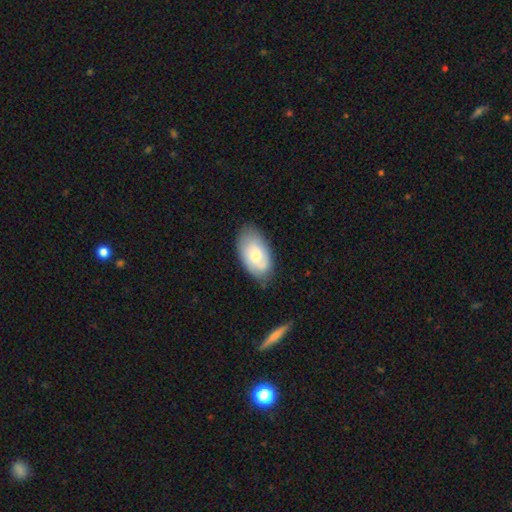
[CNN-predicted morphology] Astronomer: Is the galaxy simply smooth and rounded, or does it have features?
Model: smooth — 48% (runner-up: featured or disk, 46%).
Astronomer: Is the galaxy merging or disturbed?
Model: none — 76%.